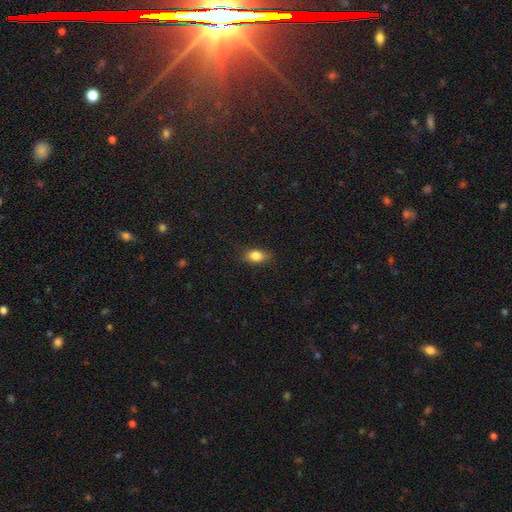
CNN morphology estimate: A smooth galaxy with no disk features (83%) that is in between round and cigar-shaped (83%).

Vote fractions:
- Smooth or featured? smooth: 83% / featured or disk: 9% / star or artifact: 8%
- How rounded? in between: 83% / round: 12% / cigar-shaped: 5%
- Merging? none: 84% / minor disturbance: 13% / major disturbance: 3% / merger: 1%